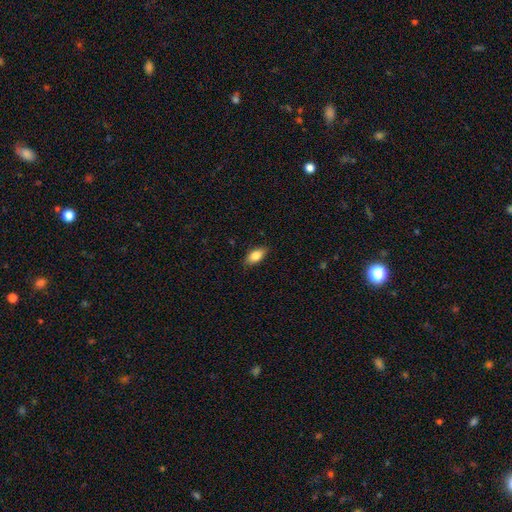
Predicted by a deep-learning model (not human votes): smooth 83%, featured or disk 10%, star or artifact 7%. Down the decision tree: how rounded — in between (90%); merging — none (86%).